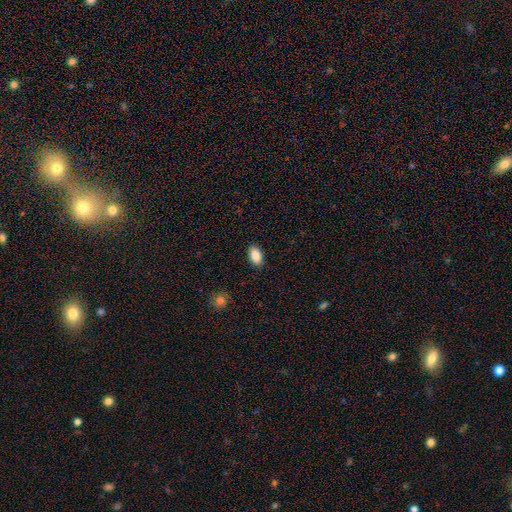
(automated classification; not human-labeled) Smooth or featured? Predicted: smooth (p=0.88). How rounded? Predicted: in between (p=0.93). Merging? Predicted: none (p=0.88).